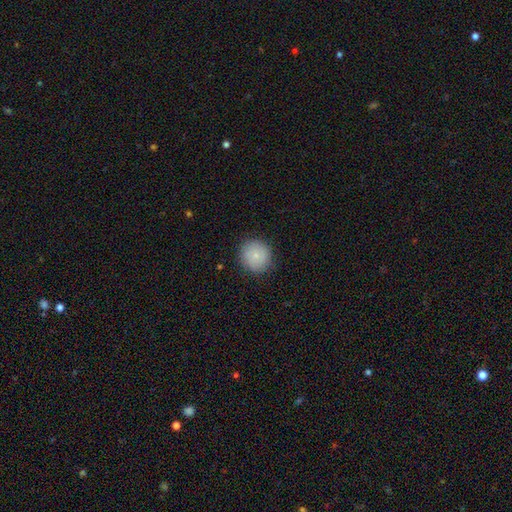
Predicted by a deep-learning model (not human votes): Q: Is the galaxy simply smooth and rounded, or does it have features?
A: smooth — 79%.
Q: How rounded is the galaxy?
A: round — 94%.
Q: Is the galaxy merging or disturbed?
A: none — 87%.